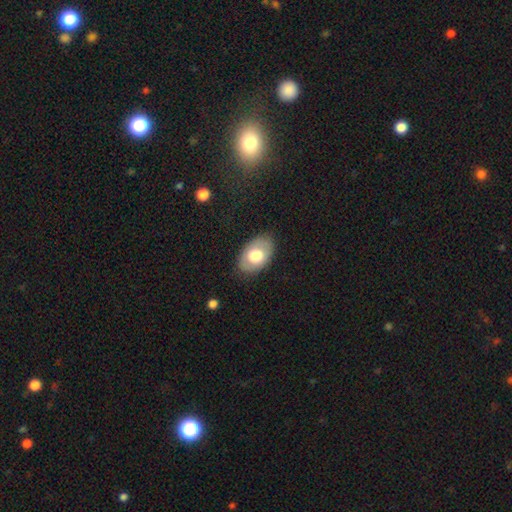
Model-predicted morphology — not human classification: smooth_or_featured: smooth (p=0.66) [alt: featured or disk p=0.28]
how_rounded: in between (p=0.89) [alt: round p=0.09]
merging: none (p=0.82) [alt: minor disturbance p=0.13]